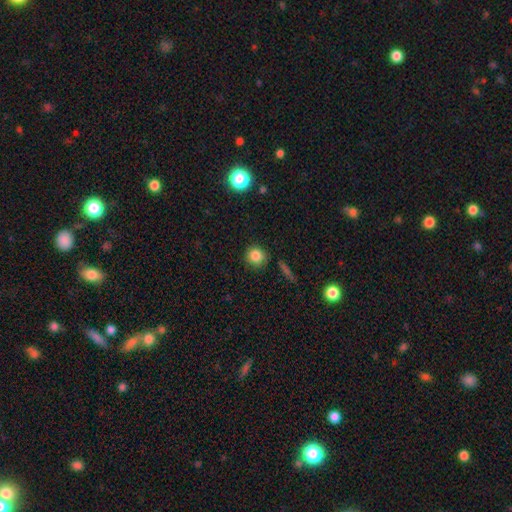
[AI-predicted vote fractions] smooth_or_featured: smooth (p=0.83) [alt: star or artifact p=0.12]
how_rounded: round (p=0.89) [alt: in between p=0.10]
merging: none (p=0.83) [alt: minor disturbance p=0.11]